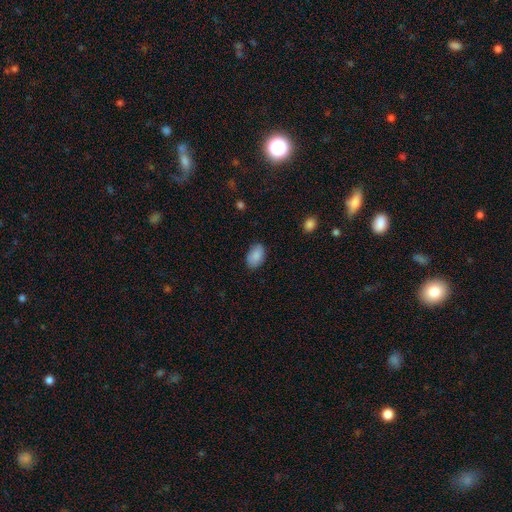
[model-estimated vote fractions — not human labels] smooth-or-featured: smooth: 88% | star or artifact: 7% | featured or disk: 5%
  how-rounded: in between: 90% | round: 9% | cigar-shaped: 1%
  merging: none: 83% | minor disturbance: 14% | major disturbance: 3% | merger: 1%